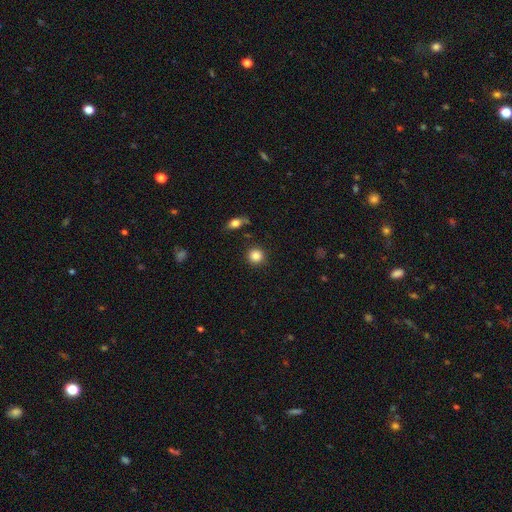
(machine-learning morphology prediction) Q: Smooth or featured?
A: smooth (86%); runner-up: star or artifact (10%)
Q: How rounded?
A: round (92%); runner-up: in between (7%)
Q: Merging?
A: none (88%); runner-up: minor disturbance (7%)